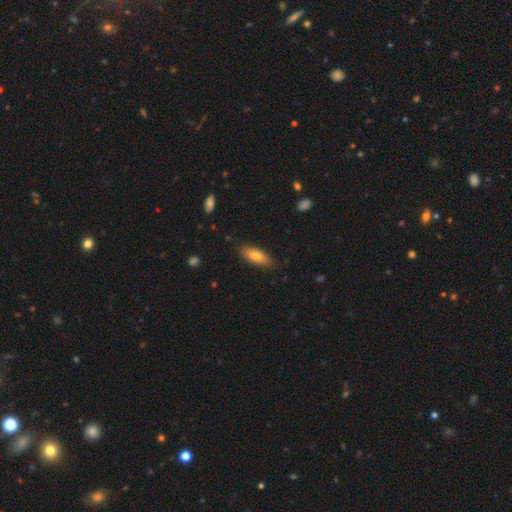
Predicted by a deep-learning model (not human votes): Smooth or featured? smooth (77%)
How rounded? in between (73%)
Merging? none (85%)